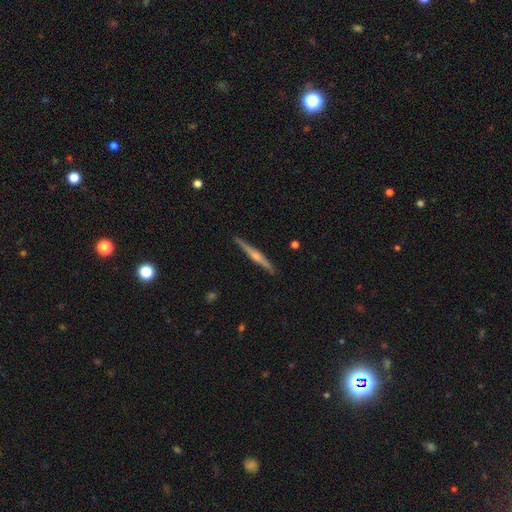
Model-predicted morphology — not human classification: Q: Smooth or featured?
A: featured or disk (69%); runner-up: smooth (20%)
Q: Edge-on disk?
A: yes (95%); runner-up: no (5%)
Q: Edge-on bulge?
A: rounded (79%); runner-up: none (14%)
Q: Merging?
A: none (89%); runner-up: minor disturbance (8%)